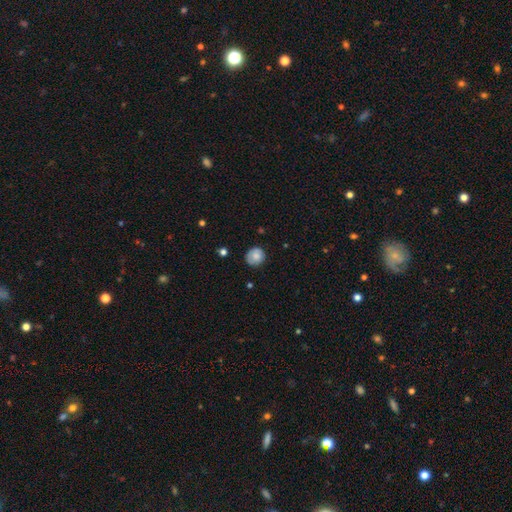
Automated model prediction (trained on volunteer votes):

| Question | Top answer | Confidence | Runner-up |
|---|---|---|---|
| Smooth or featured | smooth | 73% | featured or disk (19%) |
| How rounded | round | 84% | in between (15%) |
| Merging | none | 76% | minor disturbance (19%) |